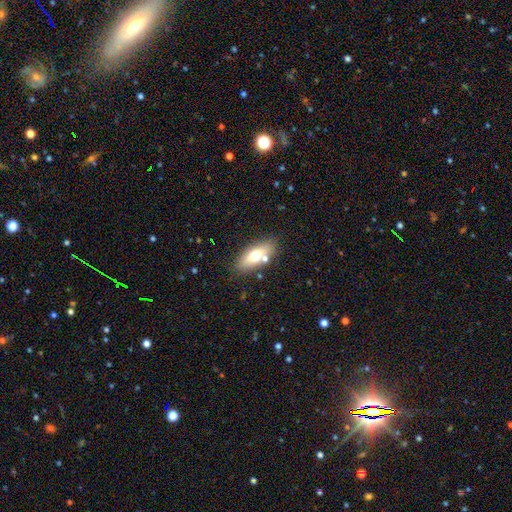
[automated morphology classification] This is likely a smooth galaxy (63%). How rounded: likely in between (77%). Merging: likely none (76%).